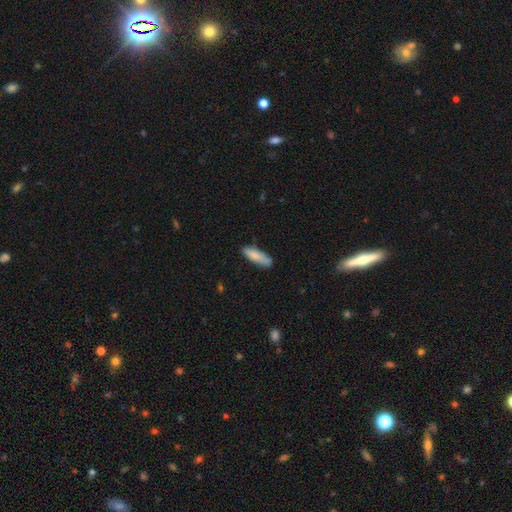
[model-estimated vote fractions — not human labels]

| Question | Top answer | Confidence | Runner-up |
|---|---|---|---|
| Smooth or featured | smooth | 80% | featured or disk (14%) |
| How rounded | cigar-shaped | 53% | in between (45%) |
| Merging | none | 71% | minor disturbance (21%) |